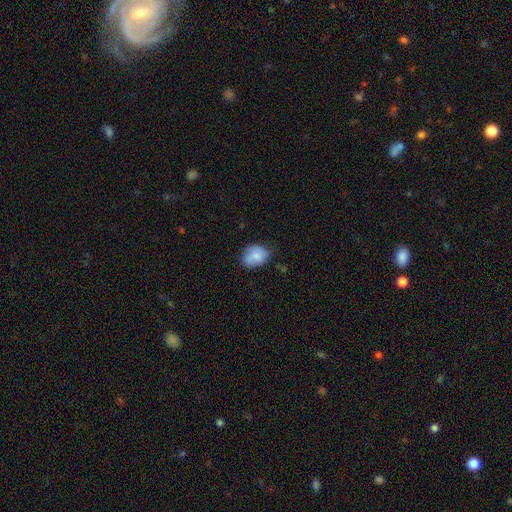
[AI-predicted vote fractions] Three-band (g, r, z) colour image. It shows a smooth galaxy with no disk features (79%) that is in between round and cigar-shaped (58%). Merging: none (63%).